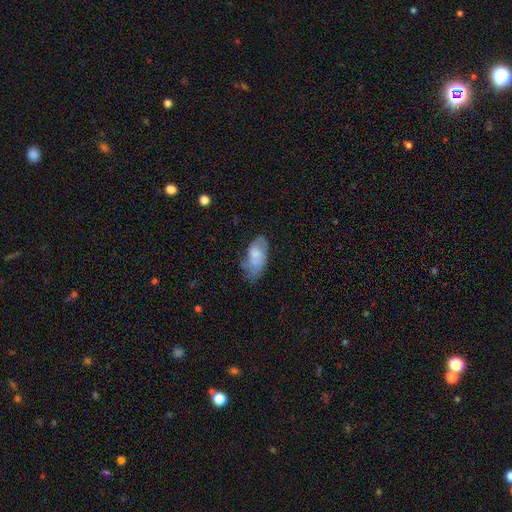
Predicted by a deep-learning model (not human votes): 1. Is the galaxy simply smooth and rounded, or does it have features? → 55% smooth, 38% featured or disk, 7% star or artifact.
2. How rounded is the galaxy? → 91% in between, 5% cigar-shaped, 4% round.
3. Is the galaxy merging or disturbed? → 47% none, 33% minor disturbance, 17% major disturbance, 3% merger.